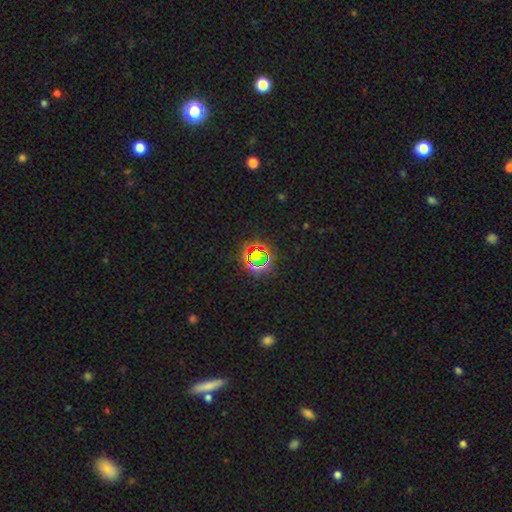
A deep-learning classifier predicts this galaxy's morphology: This appears to be a star or artifact, not a galaxy (74%).